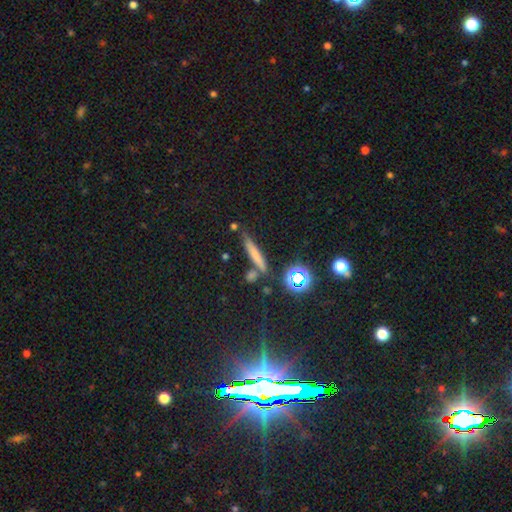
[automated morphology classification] The model was most divided on "smooth or featured": smooth: 59%, featured or disk: 22%, star or artifact: 20%. More confident: how rounded — cigar-shaped (87%); merging — none (75%).